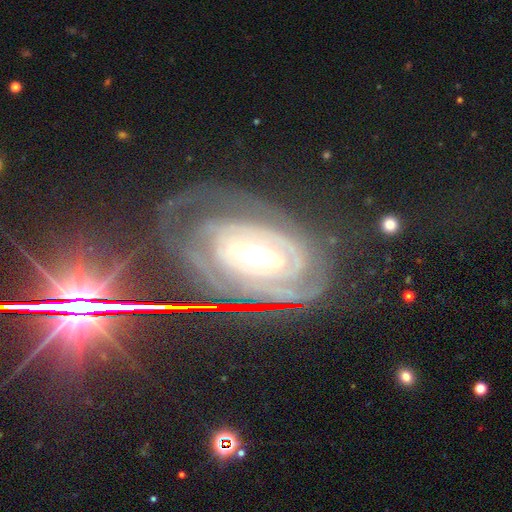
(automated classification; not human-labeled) Overall: featured or disk (85%). Edge-on disk: no (93%). Bar: strong (36%; weak 33%). Spiral arms: yes (91%). Spiral arm count: can't tell (35%; 2 33%). Spiral winding: tight (73%). Bulge size: moderate (64%). Merging: none (57%; minor disturbance 21%).